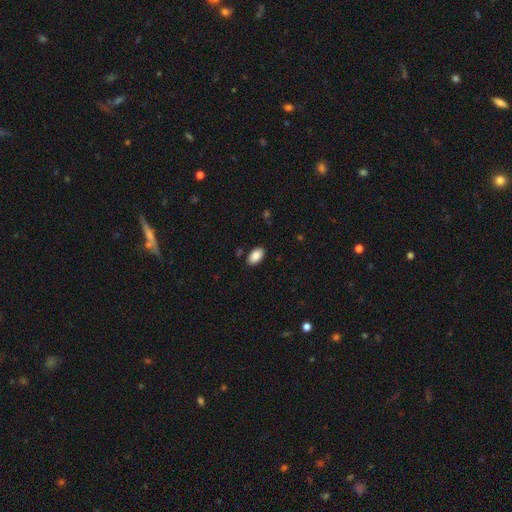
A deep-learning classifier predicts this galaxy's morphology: Q: Smooth or featured?
A: smooth (89%); runner-up: star or artifact (7%)
Q: How rounded?
A: in between (94%); runner-up: round (4%)
Q: Merging?
A: none (87%); runner-up: minor disturbance (9%)